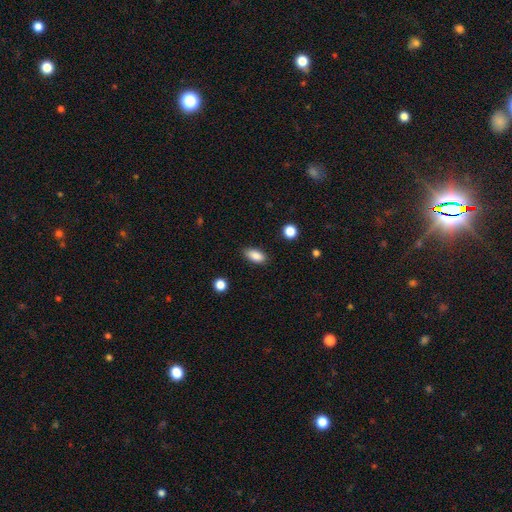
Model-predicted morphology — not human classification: A smooth galaxy with no disk features (87%) that is in between round and cigar-shaped (88%).

Vote fractions:
- Smooth or featured? smooth: 87% / star or artifact: 8% / featured or disk: 5%
- How rounded? in between: 88% / cigar-shaped: 8% / round: 4%
- Merging? none: 85% / minor disturbance: 11% / major disturbance: 3% / merger: 1%